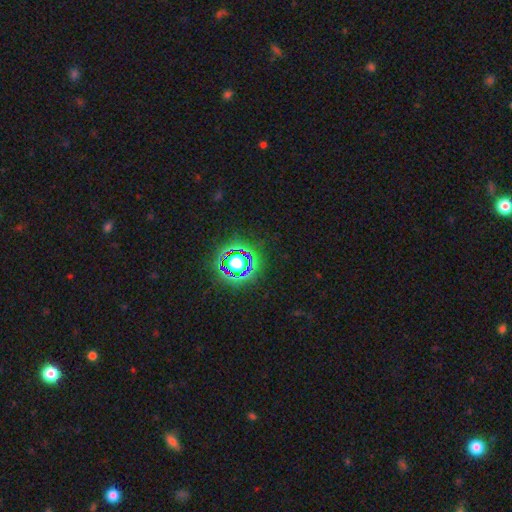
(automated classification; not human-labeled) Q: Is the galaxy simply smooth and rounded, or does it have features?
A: star or artifact — 81%.